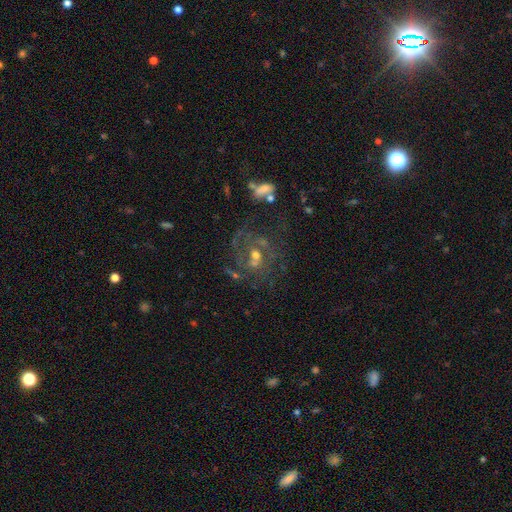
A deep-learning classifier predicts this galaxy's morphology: Smooth or featured: featured or disk — 65% (smooth — 18%)
Edge-on disk: no — 97% (yes — 3%)
Bar: no — 72% (weak — 22%)
Spiral arms: yes — 60% (no — 40%)
Bulge size: moderate — 52% (small — 35%)
Merging: none — 47% (major disturbance — 18%)